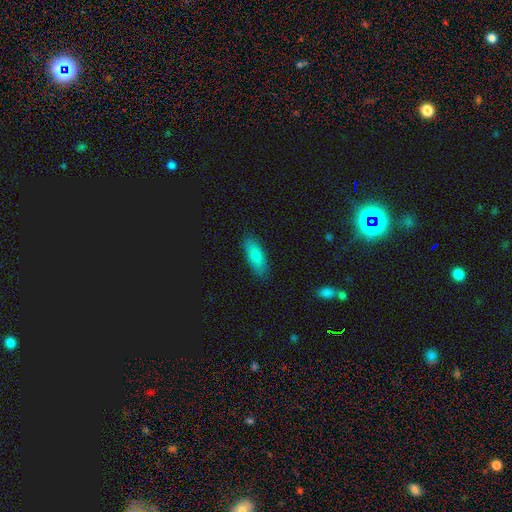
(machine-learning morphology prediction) This is clearly a smooth galaxy (86%). How rounded: likely in between (71%). Merging: clearly none (86%).